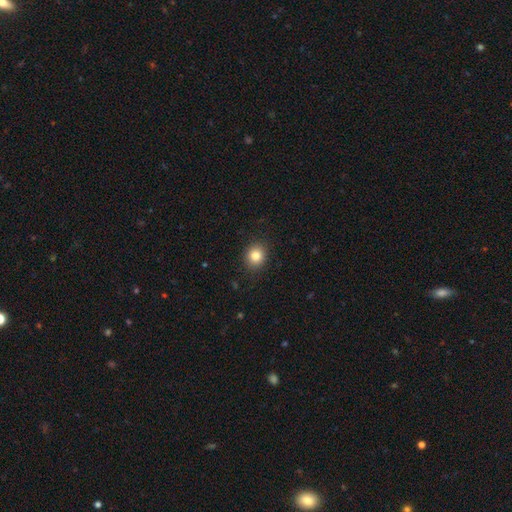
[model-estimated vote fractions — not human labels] smooth 83%, star or artifact 11%, featured or disk 6%. Down the decision tree: how rounded — round (78%); merging — none (90%).